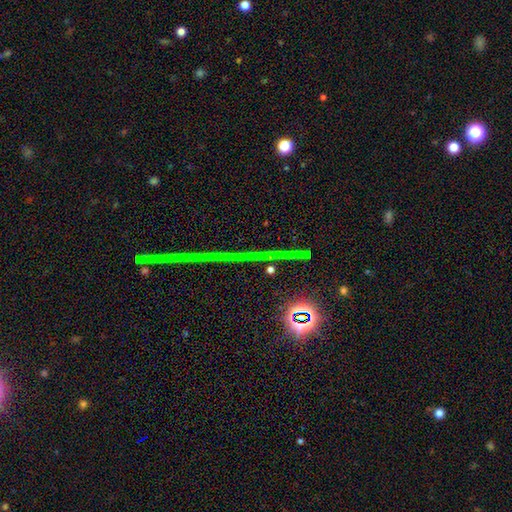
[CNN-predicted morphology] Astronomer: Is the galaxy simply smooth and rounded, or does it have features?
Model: star or artifact — 82%.